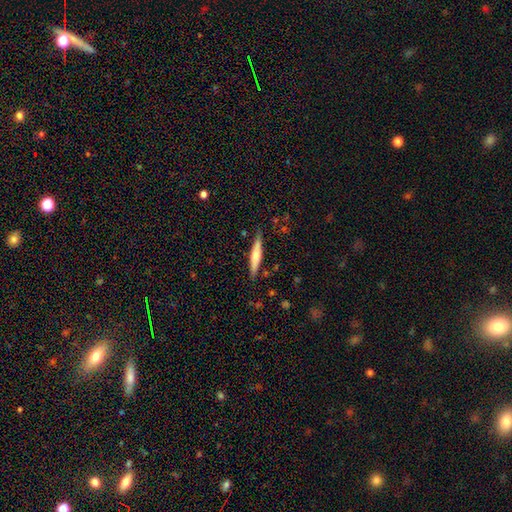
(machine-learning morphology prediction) Q: Smooth or featured?
A: smooth (52%); runner-up: featured or disk (42%)
Q: How rounded?
A: cigar-shaped (88%); runner-up: in between (11%)
Q: Merging?
A: none (83%); runner-up: minor disturbance (13%)